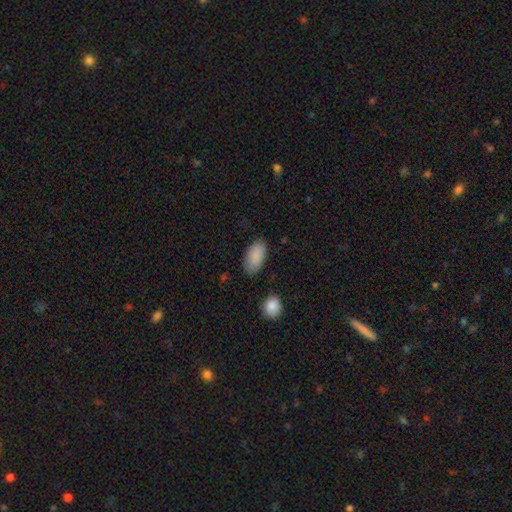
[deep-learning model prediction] The model was most divided on "merging": none: 82%, minor disturbance: 13%, major disturbance: 3%, merger: 2%. More confident: how rounded — in between (94%); smooth or featured — smooth (89%).